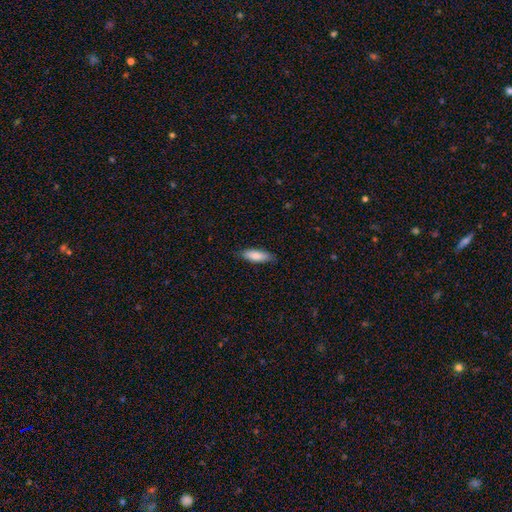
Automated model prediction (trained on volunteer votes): Morphology: type=smooth (83%); roundness=in between (55%); merging=none (83%).